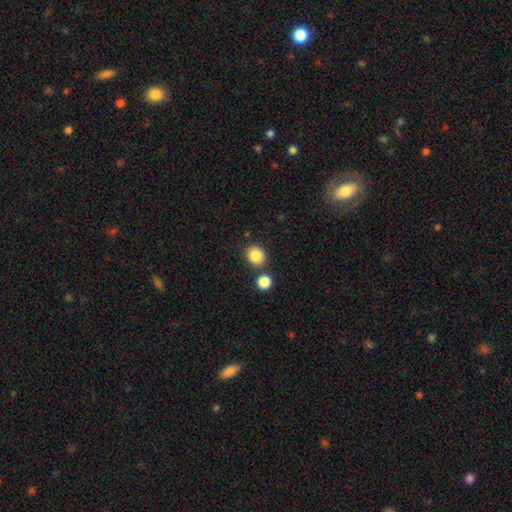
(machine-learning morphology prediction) This appears to be a smooth galaxy with no disk features (86%) that is round (78%). Merging: none (76%).